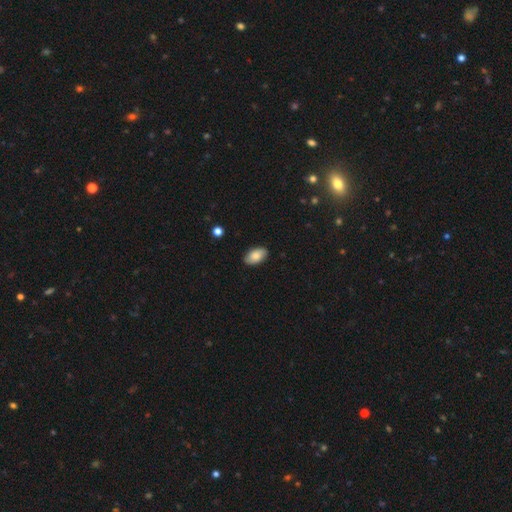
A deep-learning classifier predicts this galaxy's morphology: The model was most divided on "smooth or featured": smooth: 83%, featured or disk: 10%, star or artifact: 7%. More confident: how rounded — in between (94%); merging — none (88%).